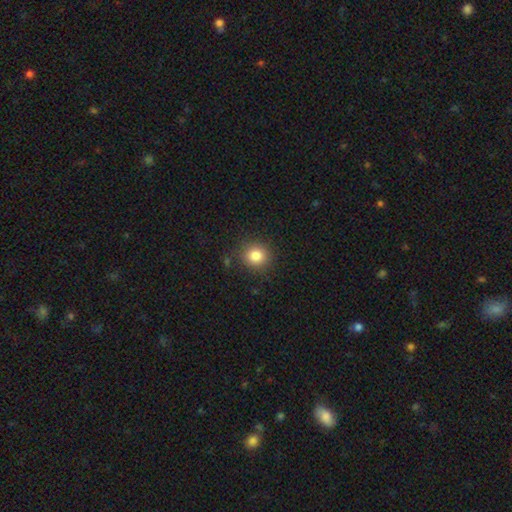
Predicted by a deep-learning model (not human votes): Morphology: type=smooth (83%); roundness=round (88%); merging=none (86%).